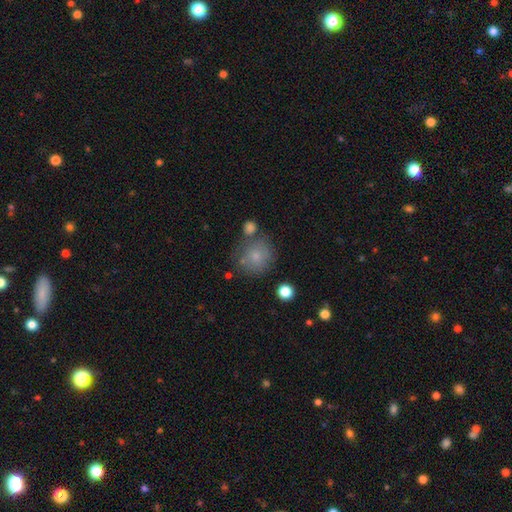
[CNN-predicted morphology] This appears to be a smooth galaxy with no disk features (71%) that is round (85%). Merging: none (59%).